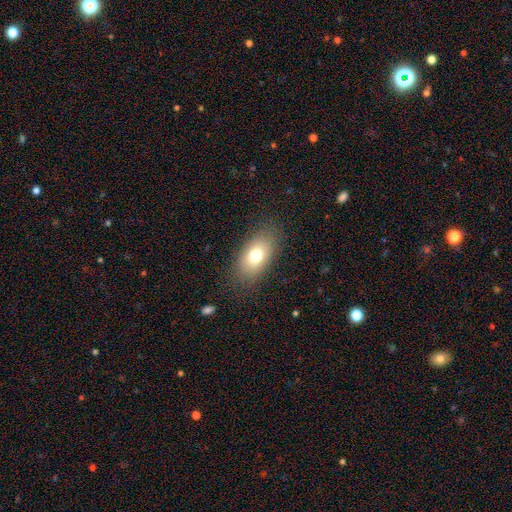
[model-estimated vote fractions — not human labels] Smooth or featured?
  - smooth: 73% *
  - featured or disk: 17%
  - star or artifact: 10%
How rounded?
  - in between: 89% *
  - round: 8%
  - cigar-shaped: 3%
Merging?
  - none: 83% *
  - minor disturbance: 11%
  - major disturbance: 5%
  - merger: 1%